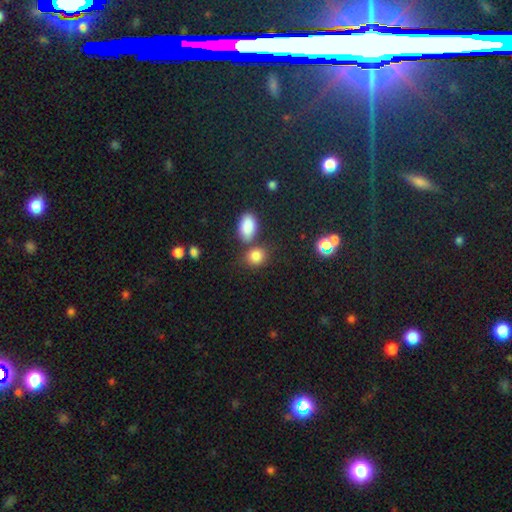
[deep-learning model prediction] A smooth galaxy with no disk features (82%) that is round (56%). Merging: none (64%).